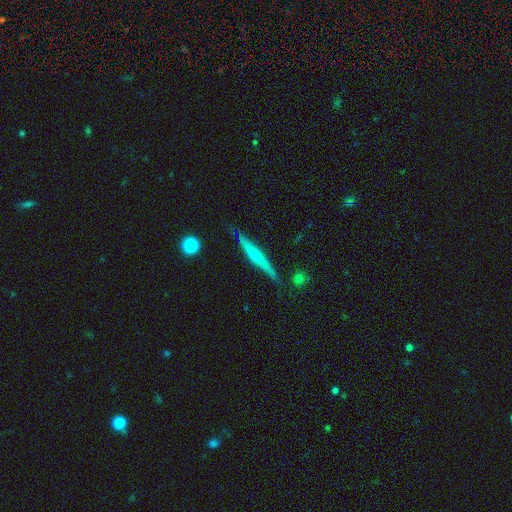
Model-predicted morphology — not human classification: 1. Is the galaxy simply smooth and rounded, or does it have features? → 60% featured or disk, 34% smooth, 7% star or artifact.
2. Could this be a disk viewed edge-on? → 96% yes, 4% no.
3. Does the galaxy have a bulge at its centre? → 52% rounded, 37% none, 11% boxy.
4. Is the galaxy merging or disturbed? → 82% none, 13% minor disturbance, 2% major disturbance, 2% merger.